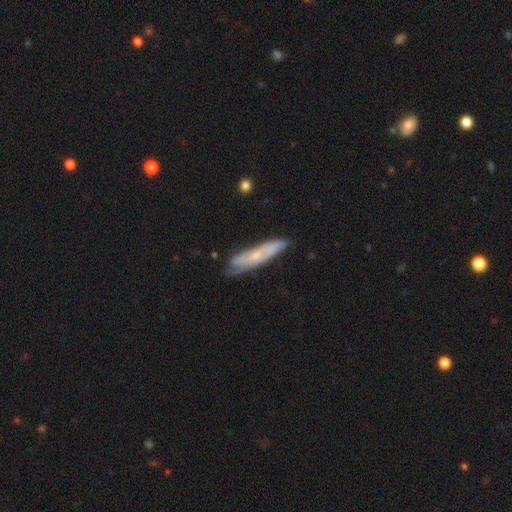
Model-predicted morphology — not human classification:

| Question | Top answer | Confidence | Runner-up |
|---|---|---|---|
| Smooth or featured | featured or disk | 56% | smooth (38%) |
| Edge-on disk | no | 57% | yes (43%) |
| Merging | none | 70% | minor disturbance (23%) |